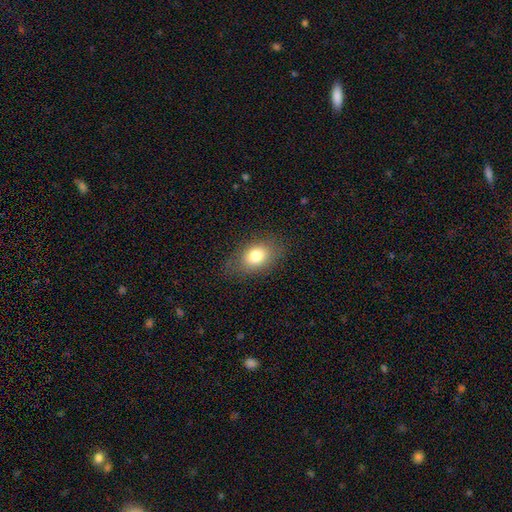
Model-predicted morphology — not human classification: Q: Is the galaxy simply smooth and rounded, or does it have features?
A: smooth — 78%.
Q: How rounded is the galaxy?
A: in between — 79%.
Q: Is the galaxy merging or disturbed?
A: none — 79%.